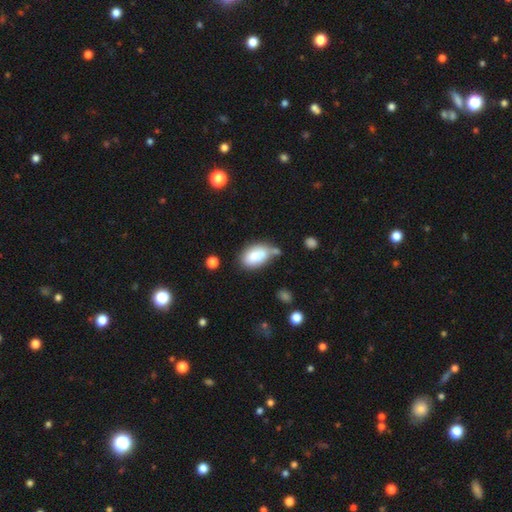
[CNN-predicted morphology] This is likely a smooth galaxy (75%). How rounded: clearly in between (90%). Merging: marginally none (42%).